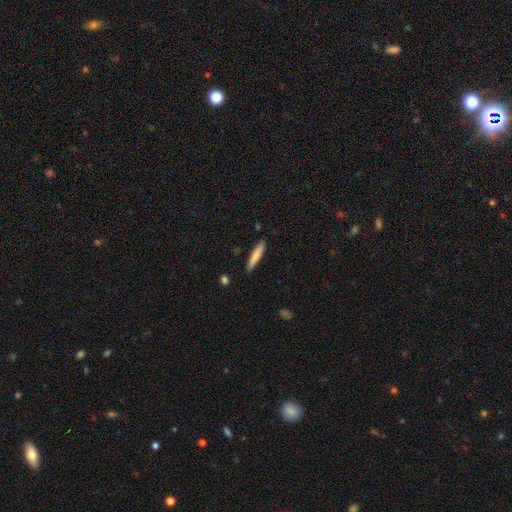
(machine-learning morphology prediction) Smooth or featured? Predicted: smooth (p=0.79). How rounded? Predicted: cigar-shaped (p=0.91). Merging? Predicted: none (p=0.89).